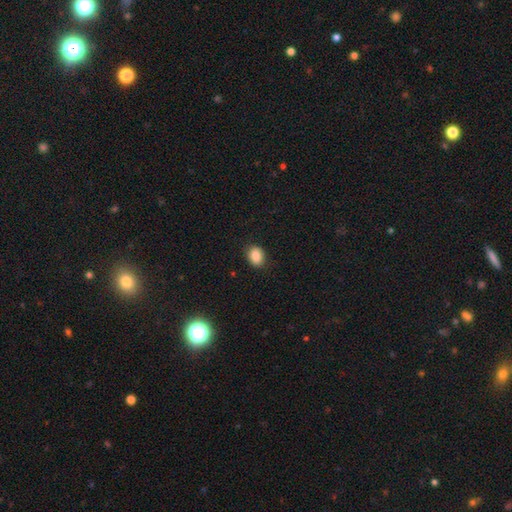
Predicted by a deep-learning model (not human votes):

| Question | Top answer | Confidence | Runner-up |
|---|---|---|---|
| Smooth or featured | smooth | 86% | star or artifact (9%) |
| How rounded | in between | 59% | round (40%) |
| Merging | none | 87% | minor disturbance (10%) |